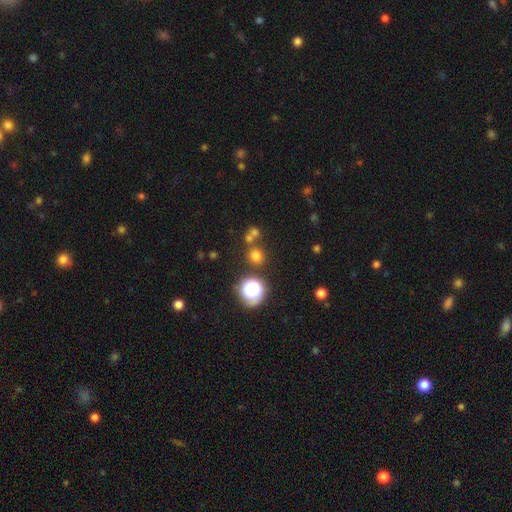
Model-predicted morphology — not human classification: Smooth or featured: smooth — 67% (star or artifact — 26%)
How rounded: round — 87% (in between — 12%)
Merging: none — 70% (merger — 19%)